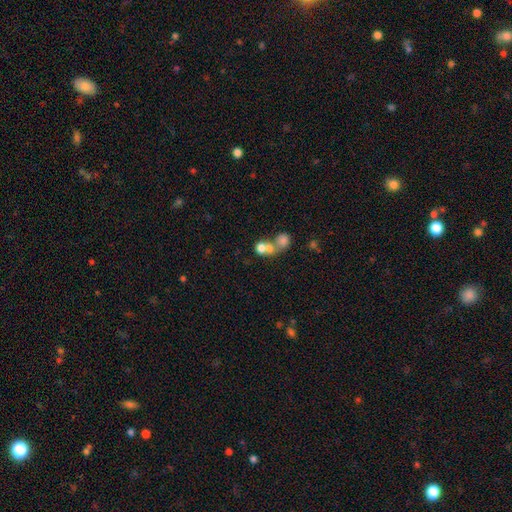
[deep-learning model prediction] Smooth or featured? smooth (53%)
How rounded? round (54%)
Merging? merger (51%)